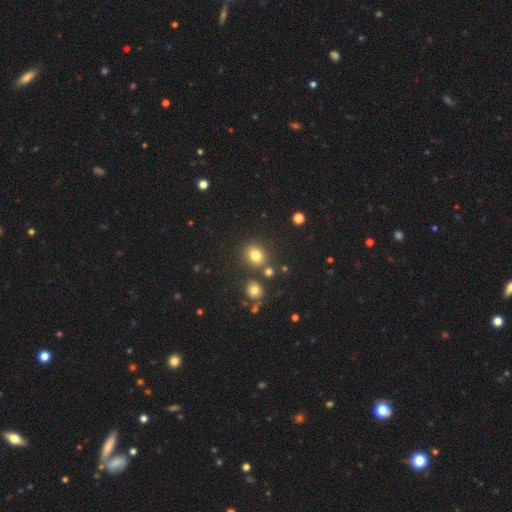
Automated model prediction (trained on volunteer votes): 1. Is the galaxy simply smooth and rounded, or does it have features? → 79% smooth, 15% star or artifact, 7% featured or disk.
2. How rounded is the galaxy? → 73% round, 26% in between, 1% cigar-shaped.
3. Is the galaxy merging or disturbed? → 77% none, 10% merger, 9% minor disturbance, 3% major disturbance.